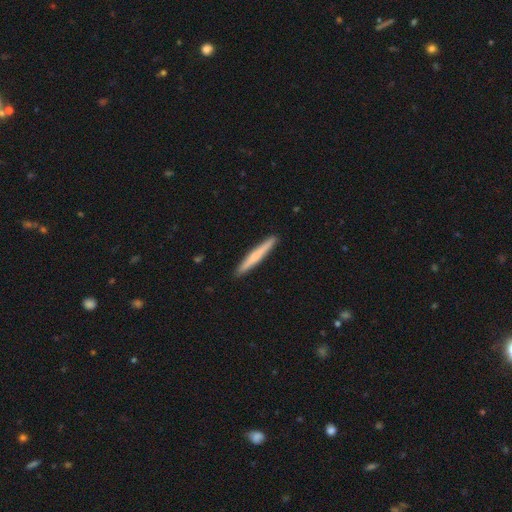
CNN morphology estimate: A smooth galaxy with no disk features (61%) that is cigar-shaped (96%). Merging: none (92%).